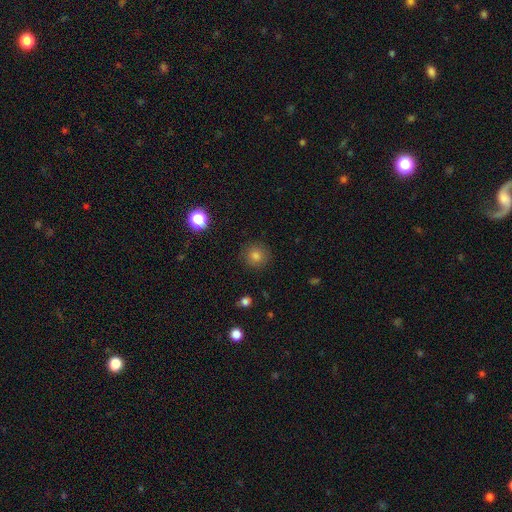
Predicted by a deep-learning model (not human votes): A smooth galaxy with no disk features (79%) that is round (94%). Merging: none (90%).